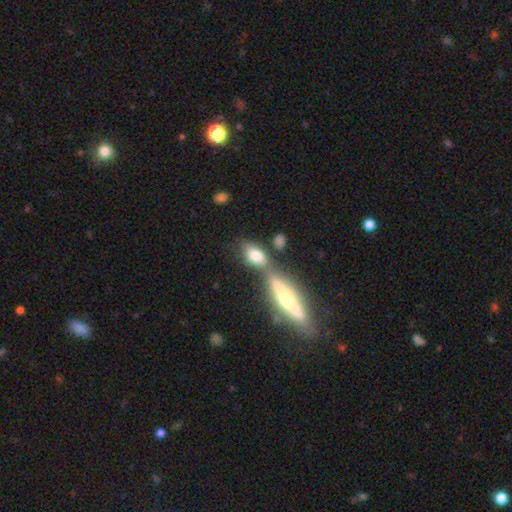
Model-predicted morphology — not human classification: smooth-or-featured: smooth: 70% | featured or disk: 22% | star or artifact: 8%
  how-rounded: in between: 79% | cigar-shaped: 12% | round: 9%
  merging: none: 46% | merger: 35% | minor disturbance: 13% | major disturbance: 5%